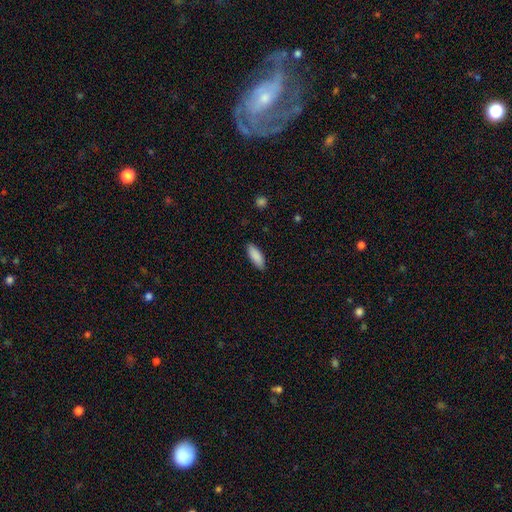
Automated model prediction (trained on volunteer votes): Smooth or featured? Predicted: smooth (p=0.89). How rounded? Predicted: in between (p=0.71). Merging? Predicted: none (p=0.86).